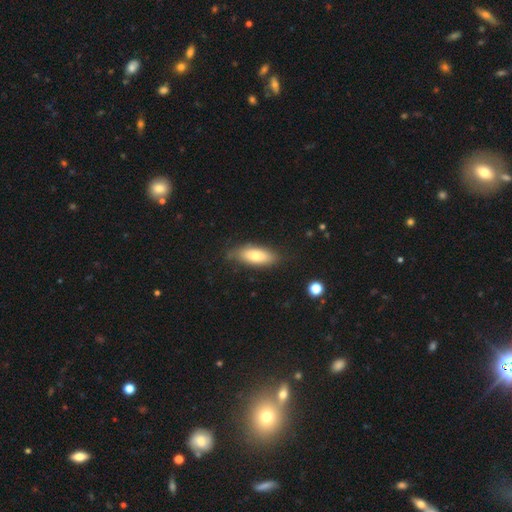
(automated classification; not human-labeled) Smooth or featured? Predicted: smooth (p=0.71). How rounded? Predicted: in between (p=0.75). Merging? Predicted: none (p=0.79).